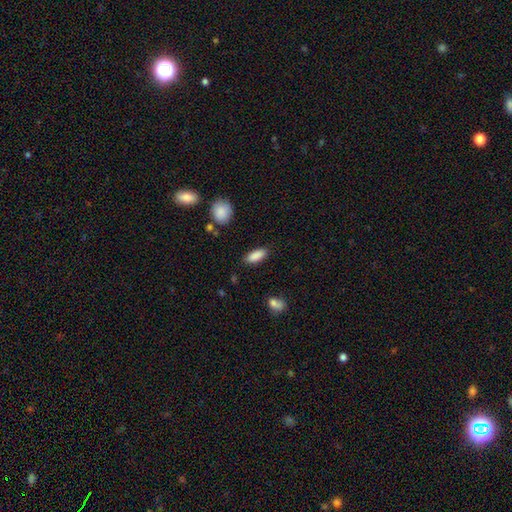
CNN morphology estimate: Smooth or featured? smooth (88%)
How rounded? in between (77%)
Merging? none (85%)